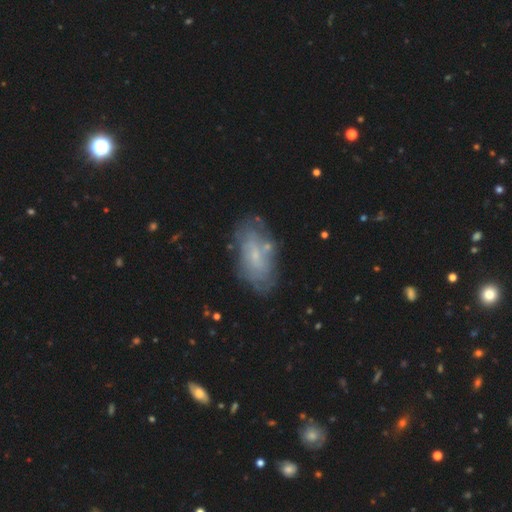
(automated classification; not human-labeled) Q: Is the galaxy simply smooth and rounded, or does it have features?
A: featured or disk — 54%.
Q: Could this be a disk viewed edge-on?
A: no — 91%.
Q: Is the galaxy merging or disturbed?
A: none — 69%.